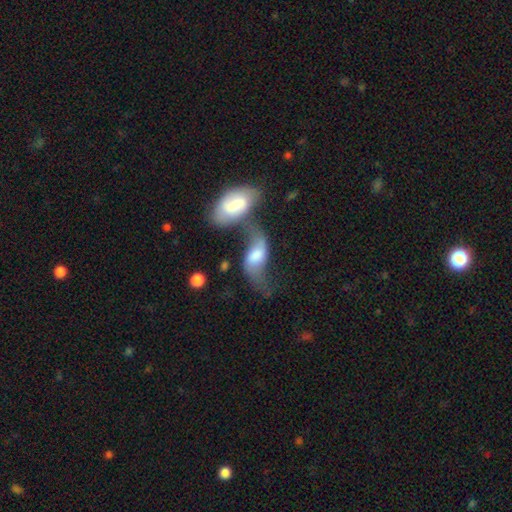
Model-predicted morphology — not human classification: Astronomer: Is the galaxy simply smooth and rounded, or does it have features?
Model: featured or disk — 57% (runner-up: smooth, 35%).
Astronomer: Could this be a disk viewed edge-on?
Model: no — 90%.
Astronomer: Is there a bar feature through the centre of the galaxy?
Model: weak — 42% (runner-up: no, 37%).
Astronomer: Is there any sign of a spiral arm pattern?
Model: yes — 80%.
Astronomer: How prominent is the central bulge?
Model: moderate — 39% (runner-up: large, 28%).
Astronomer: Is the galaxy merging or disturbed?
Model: merger — 50%.